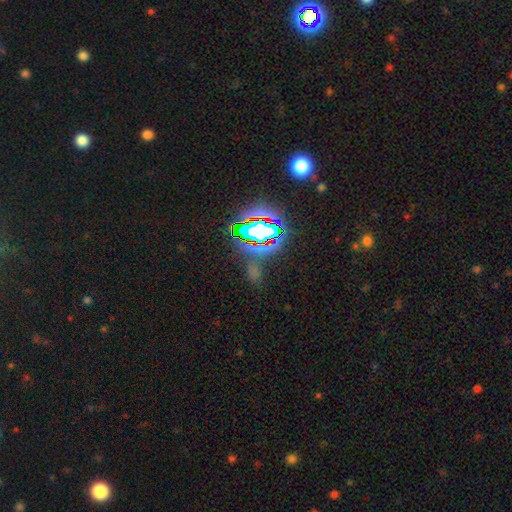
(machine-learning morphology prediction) smooth-or-featured: star or artifact: 79% | smooth: 12% | featured or disk: 9%